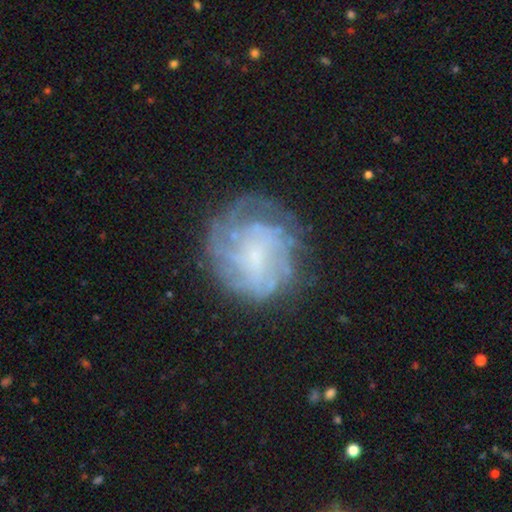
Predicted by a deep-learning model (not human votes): Q: Smooth or featured?
A: featured or disk (69%); runner-up: smooth (21%)
Q: Edge-on disk?
A: no (98%); runner-up: yes (2%)
Q: Bar?
A: no (66%); runner-up: weak (29%)
Q: Spiral arms?
A: yes (78%); runner-up: no (22%)
Q: Spiral winding?
A: tight (54%); runner-up: medium (30%)
Q: Spiral arm count?
A: can't tell (53%); runner-up: 4 (12%)
Q: Bulge size?
A: small (41%); runner-up: none (37%)
Q: Merging?
A: none (67%); runner-up: minor disturbance (18%)